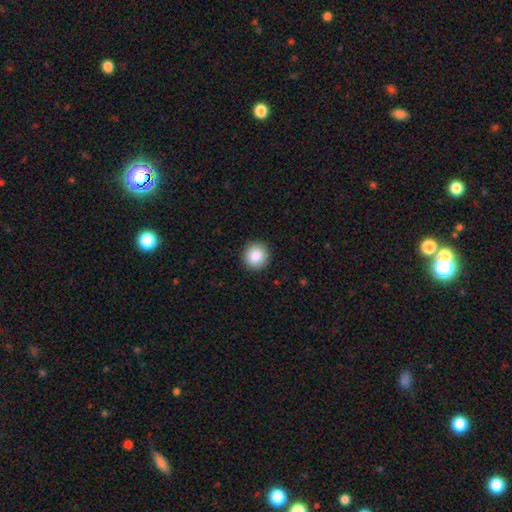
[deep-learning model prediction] This appears to be a smooth galaxy with no disk features (87%) that is round (92%). Merging: none (92%).